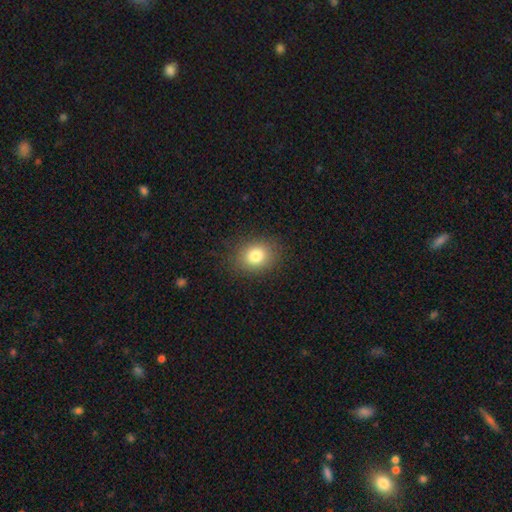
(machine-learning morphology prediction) The model was most divided on "how rounded": round: 52%, in between: 47%, cigar-shaped: 1%. More confident: merging — none (86%); smooth or featured — smooth (81%).